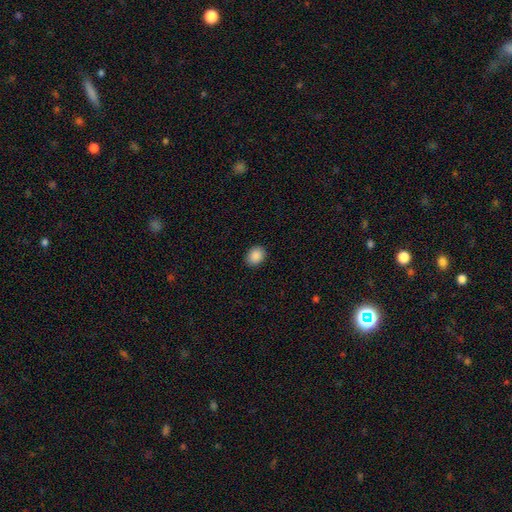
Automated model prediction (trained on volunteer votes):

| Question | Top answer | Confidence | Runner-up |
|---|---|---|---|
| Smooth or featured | smooth | 89% | star or artifact (8%) |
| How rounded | in between | 55% | round (45%) |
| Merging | none | 89% | minor disturbance (8%) |